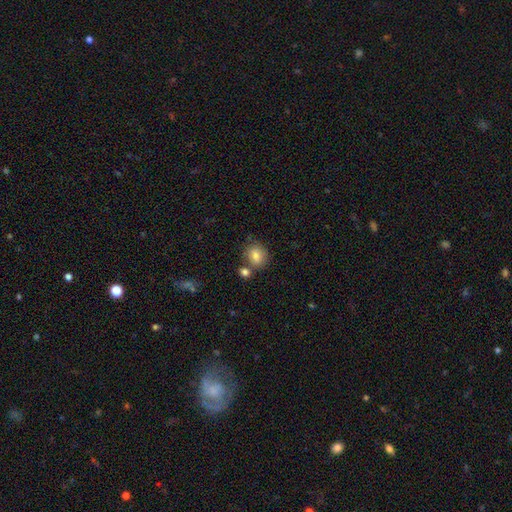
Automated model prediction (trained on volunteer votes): Smooth or featured?
  - smooth: 81% *
  - featured or disk: 10%
  - star or artifact: 9%
How rounded?
  - round: 71% *
  - in between: 28%
  - cigar-shaped: 1%
Merging?
  - none: 66% *
  - merger: 18%
  - minor disturbance: 12%
  - major disturbance: 3%